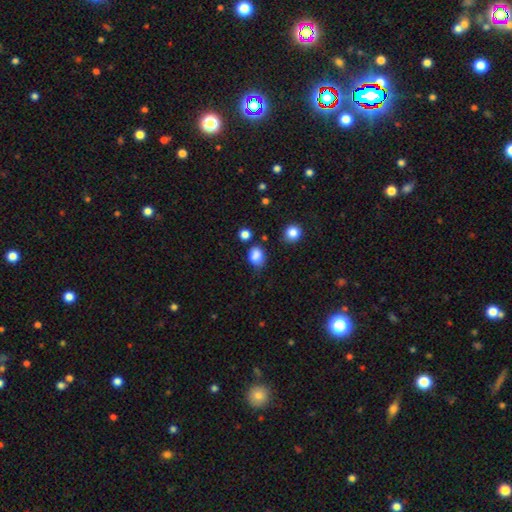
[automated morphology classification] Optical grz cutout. It shows a smooth galaxy with no disk features (84%) that is in between round and cigar-shaped (58%). Merging: none (57%).